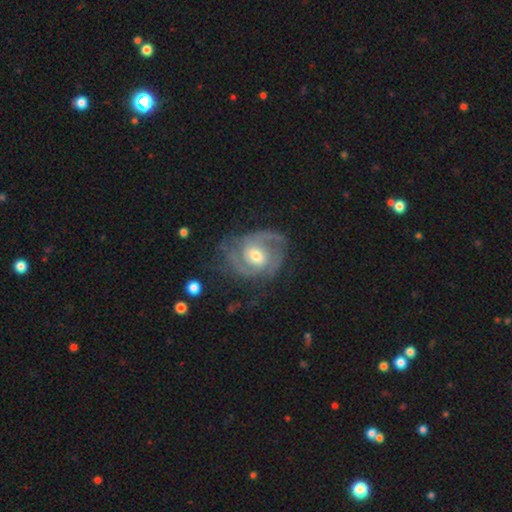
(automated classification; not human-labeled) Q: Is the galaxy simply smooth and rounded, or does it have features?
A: featured or disk — 85%.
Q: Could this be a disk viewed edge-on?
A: no — 97%.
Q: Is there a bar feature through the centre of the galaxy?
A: no — 50%.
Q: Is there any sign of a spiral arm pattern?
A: yes — 94%.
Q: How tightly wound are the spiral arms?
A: tight — 44%.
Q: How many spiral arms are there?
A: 2 — 62%.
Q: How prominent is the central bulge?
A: moderate — 67%.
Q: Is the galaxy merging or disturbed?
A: none — 61%.